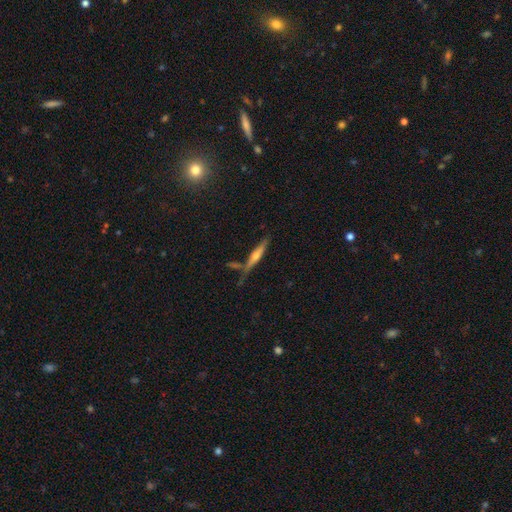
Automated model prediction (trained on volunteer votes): Smooth or featured? Predicted: featured or disk (p=0.65). Edge-on disk? Predicted: yes (p=0.95). Edge-on bulge? Predicted: rounded (p=0.84). Merging? Predicted: none (p=0.70).